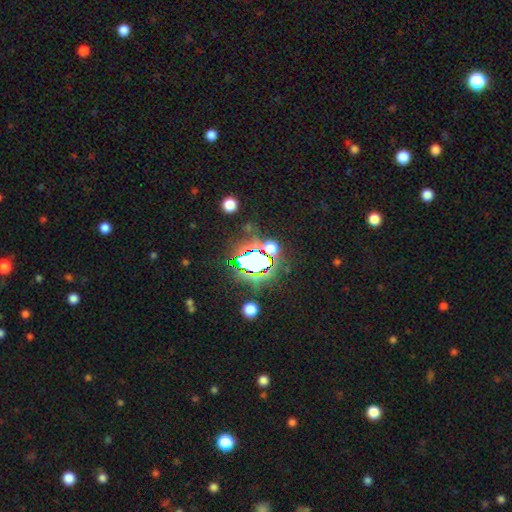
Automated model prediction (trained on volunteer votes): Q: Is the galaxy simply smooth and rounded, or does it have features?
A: star or artifact — 79%.